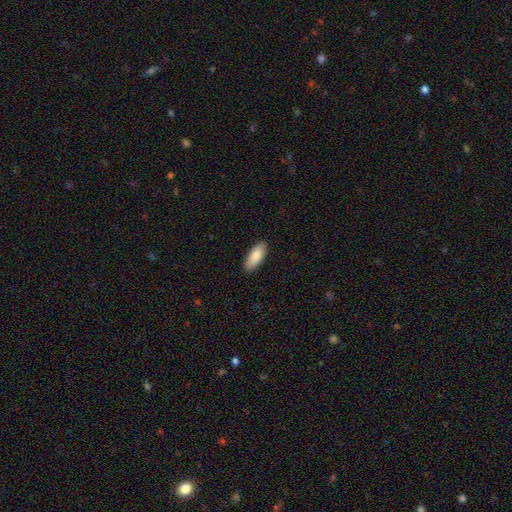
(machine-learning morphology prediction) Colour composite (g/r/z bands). It shows a smooth galaxy with no disk features (87%) that is in between round and cigar-shaped (79%). Merging: none (89%).